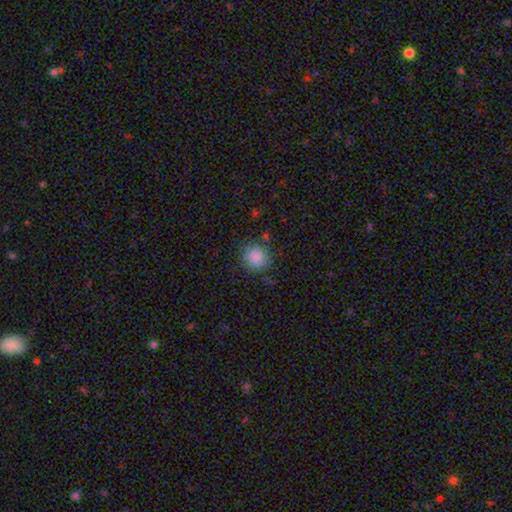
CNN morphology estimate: smooth_or_featured: smooth (p=0.85) [alt: star or artifact p=0.10]
how_rounded: round (p=0.89) [alt: in between p=0.10]
merging: none (p=0.82) [alt: minor disturbance p=0.12]